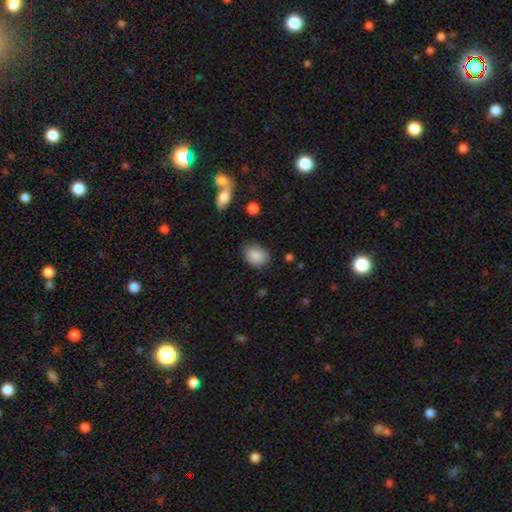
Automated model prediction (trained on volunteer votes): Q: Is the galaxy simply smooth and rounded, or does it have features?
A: smooth — 88%.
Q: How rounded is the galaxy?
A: in between — 65%.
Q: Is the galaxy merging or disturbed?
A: none — 78%.